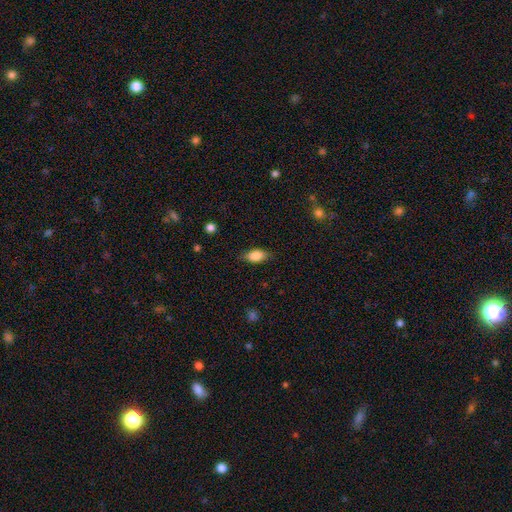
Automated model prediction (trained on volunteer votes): Q: Smooth or featured?
A: smooth (81%); runner-up: featured or disk (12%)
Q: How rounded?
A: in between (86%); runner-up: cigar-shaped (9%)
Q: Merging?
A: none (81%); runner-up: minor disturbance (15%)